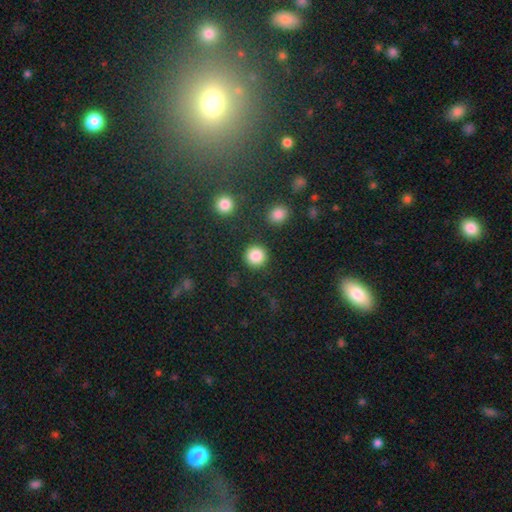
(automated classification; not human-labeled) smooth_or_featured: smooth (p=0.87) [alt: star or artifact p=0.09]
how_rounded: round (p=0.94) [alt: in between p=0.05]
merging: none (p=0.89) [alt: minor disturbance p=0.06]